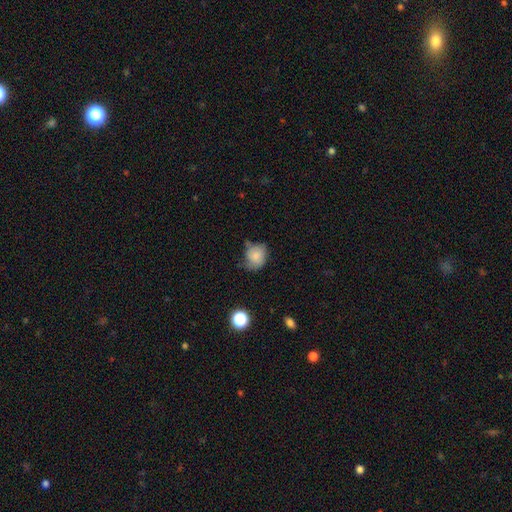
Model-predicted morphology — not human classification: A smooth galaxy with no disk features (80%) that is round (60%). Merging: none (47%).